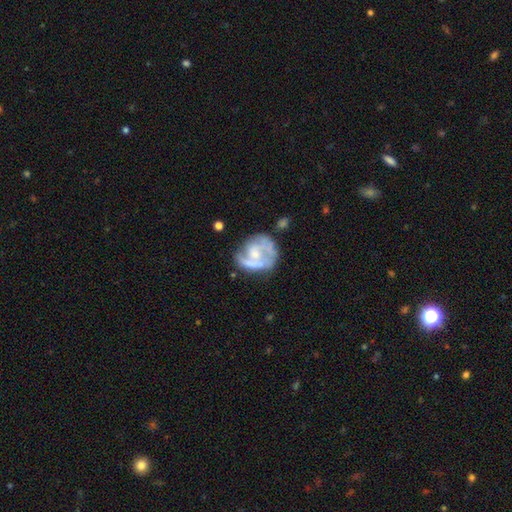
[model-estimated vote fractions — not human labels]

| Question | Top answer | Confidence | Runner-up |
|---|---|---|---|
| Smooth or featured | featured or disk | 67% | smooth (26%) |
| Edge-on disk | no | 98% | yes (2%) |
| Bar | no | 76% | weak (19%) |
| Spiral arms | yes | 56% | no (44%) |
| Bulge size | moderate | 38% | small (37%) |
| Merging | none | 48% | minor disturbance (23%) |